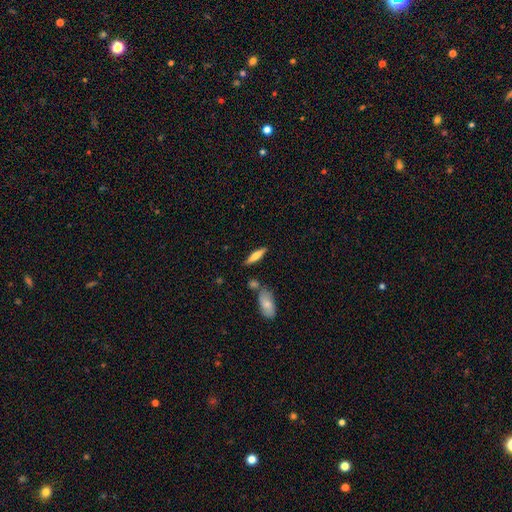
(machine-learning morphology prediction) type=smooth (63%); roundness=cigar-shaped (69%); merging=none (80%).